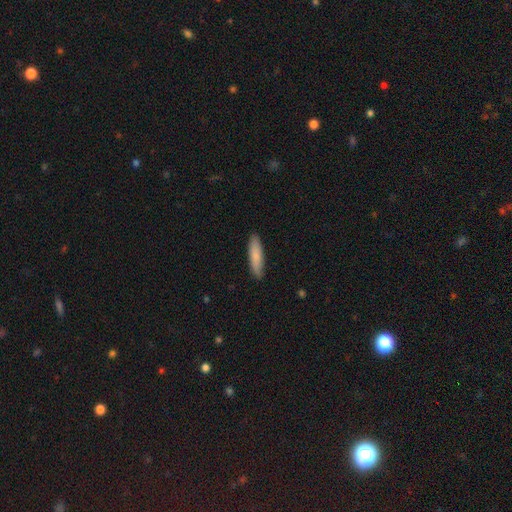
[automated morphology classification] Smooth or featured? smooth (81%)
How rounded? cigar-shaped (76%)
Merging? none (89%)